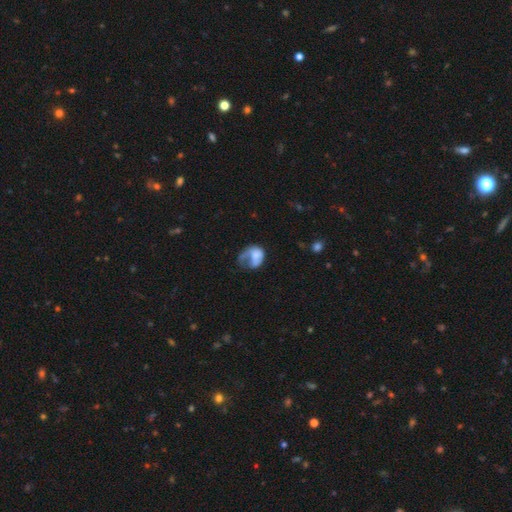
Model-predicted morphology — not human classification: A smooth galaxy with no disk features (54%) that is in between round and cigar-shaped (60%).

Vote fractions:
- Smooth or featured? smooth: 54% / featured or disk: 37% / star or artifact: 9%
- How rounded? in between: 60% / round: 39% / cigar-shaped: 1%
- Merging? major disturbance: 53% / none: 21% / minor disturbance: 19% / merger: 7%